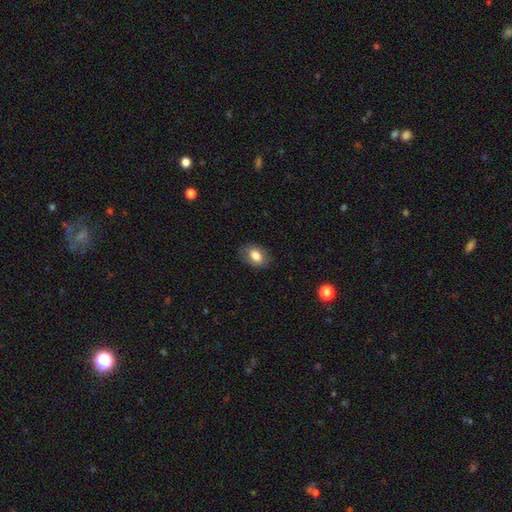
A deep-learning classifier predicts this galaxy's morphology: type=smooth (80%); roundness=in between (84%); merging=none (82%).